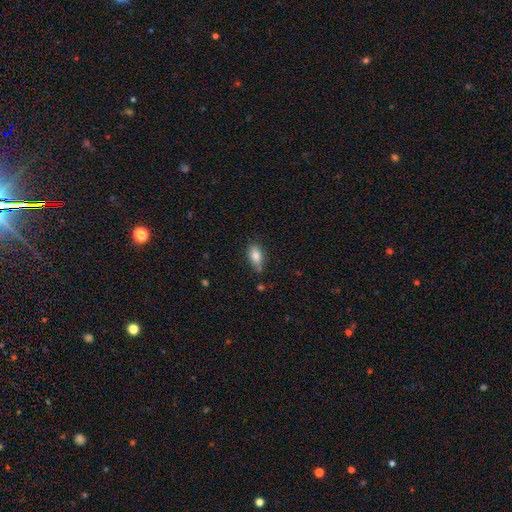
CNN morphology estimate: type=smooth (81%); roundness=in between (87%); merging=none (62%).